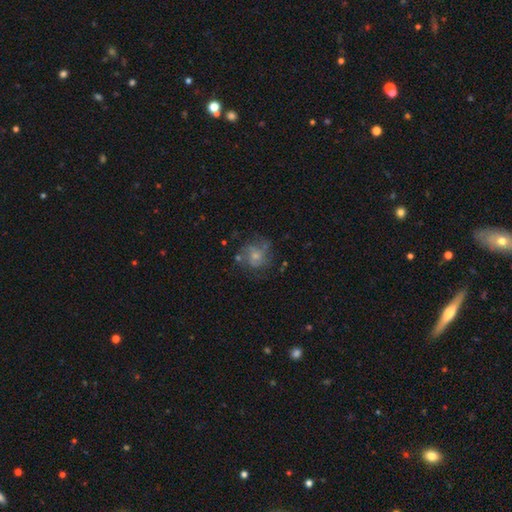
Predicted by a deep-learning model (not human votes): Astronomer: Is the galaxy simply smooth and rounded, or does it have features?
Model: featured or disk — 49% (runner-up: smooth, 41%).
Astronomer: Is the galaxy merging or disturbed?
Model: none — 57%.